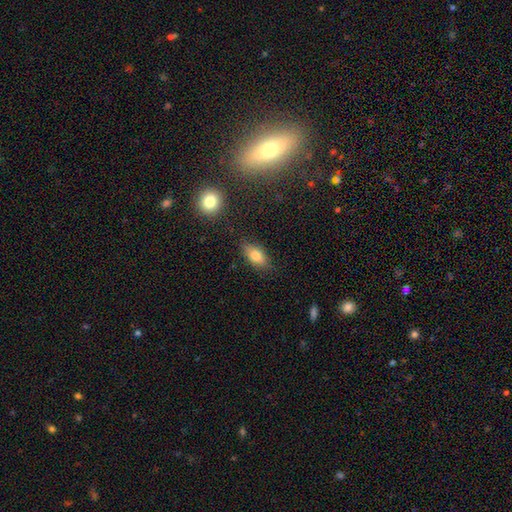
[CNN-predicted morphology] Smooth or featured: smooth — 76% (featured or disk — 15%)
How rounded: in between — 84% (cigar-shaped — 10%)
Merging: none — 80% (minor disturbance — 15%)